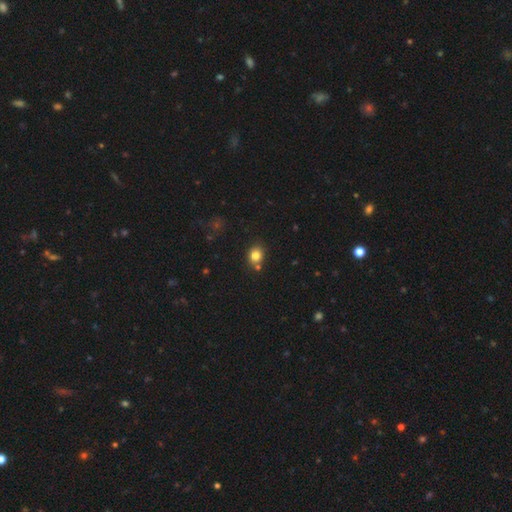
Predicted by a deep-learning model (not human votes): Smooth or featured? Predicted: smooth (p=0.81). How rounded? Predicted: round (p=0.65). Merging? Predicted: none (p=0.69).